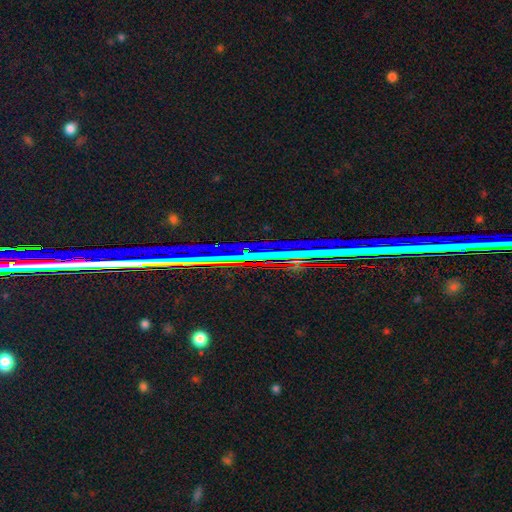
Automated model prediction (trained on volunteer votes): Smooth or featured? Predicted: star or artifact (p=0.80).